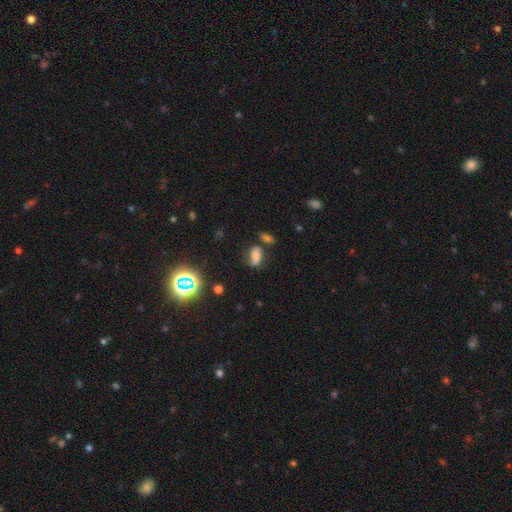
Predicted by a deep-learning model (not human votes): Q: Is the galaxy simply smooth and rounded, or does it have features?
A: smooth — 54%.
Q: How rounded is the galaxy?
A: in between — 85%.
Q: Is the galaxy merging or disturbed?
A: none — 56%.